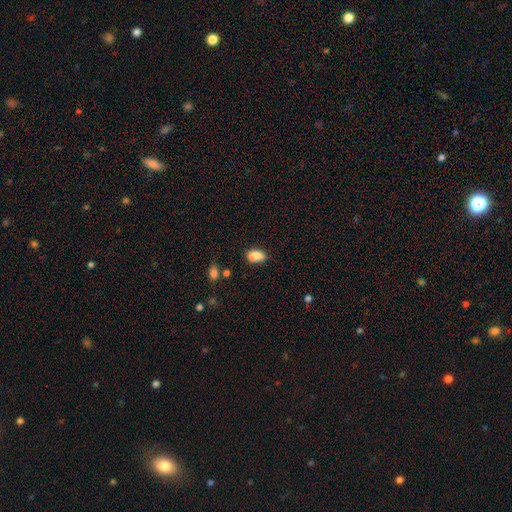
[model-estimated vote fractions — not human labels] Smooth or featured? smooth (85%)
How rounded? in between (88%)
Merging? none (64%)